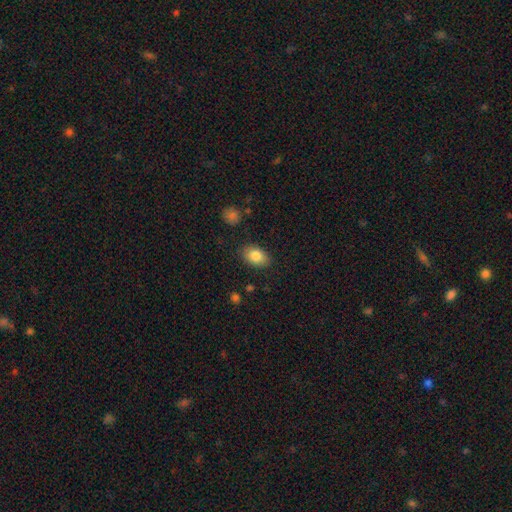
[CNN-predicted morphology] A smooth galaxy with no disk features (83%) that is in between round and cigar-shaped (86%). Merging: none (85%).